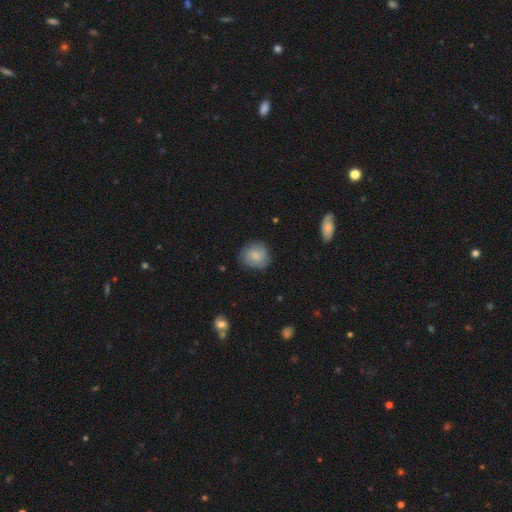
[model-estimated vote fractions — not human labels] Smooth or featured?
  - smooth: 68% *
  - featured or disk: 24%
  - star or artifact: 7%
How rounded?
  - round: 84% *
  - in between: 15%
  - cigar-shaped: 1%
Merging?
  - none: 78% *
  - minor disturbance: 17%
  - major disturbance: 4%
  - merger: 1%